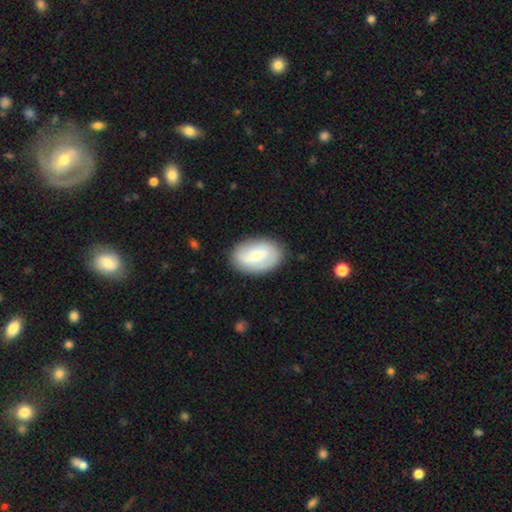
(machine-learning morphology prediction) type=featured or disk (60%); edge-on=no (96%); bar=weak (49%); spiral arms=yes (82%); bulge=small (54%); merging=none (83%).